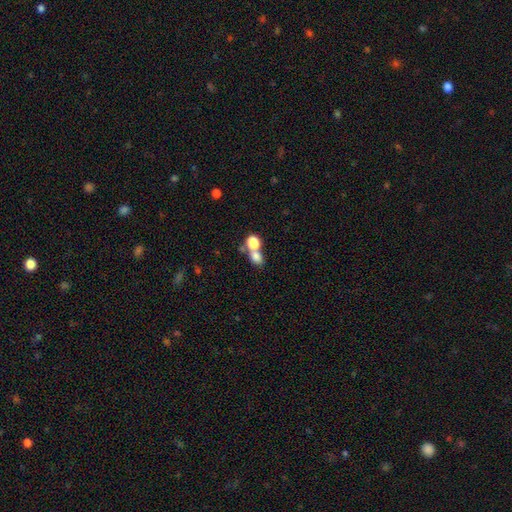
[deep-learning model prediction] Smooth or featured? Predicted: smooth (p=0.76). How rounded? Predicted: round (p=0.50). Merging? Predicted: merger (p=0.54).